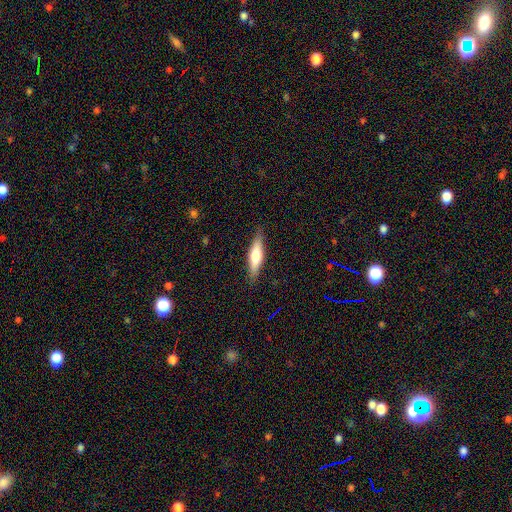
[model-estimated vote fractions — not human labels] Smooth or featured? Predicted: smooth (p=0.54). How rounded? Predicted: cigar-shaped (p=0.70). Merging? Predicted: none (p=0.87).